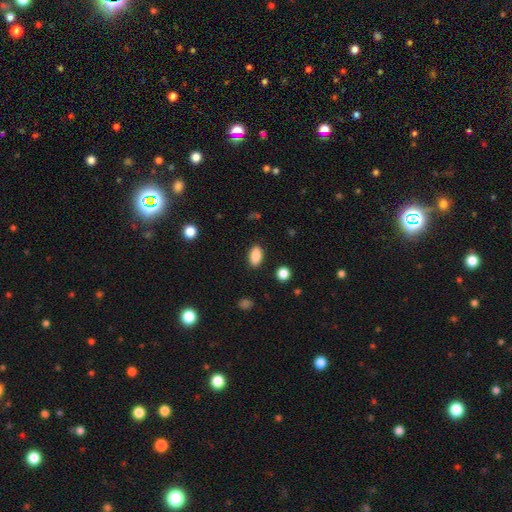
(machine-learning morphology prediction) Overall: smooth (87%). How rounded: in between (91%). Merging: none (88%).